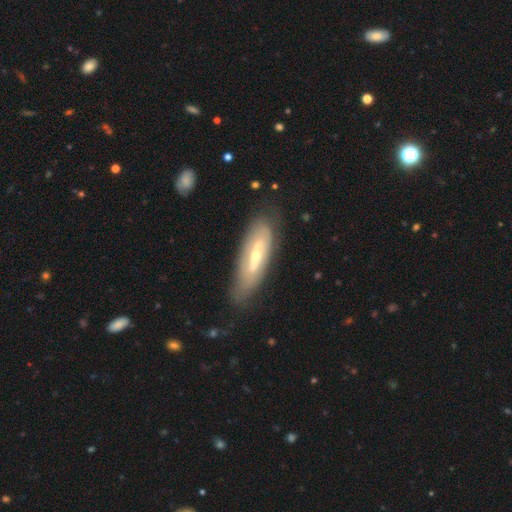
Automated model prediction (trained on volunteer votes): featured or disk 68%, smooth 26%, star or artifact 6%. Down the decision tree: edge-on disk — no (70%); merging — none (75%).